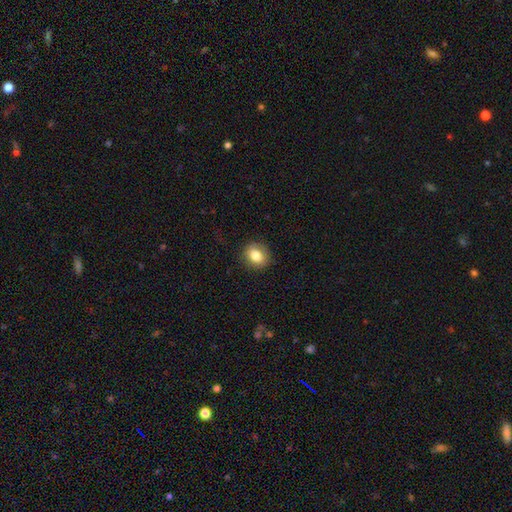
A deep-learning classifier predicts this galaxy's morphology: Smooth or featured? Predicted: smooth (p=0.81). How rounded? Predicted: round (p=0.64). Merging? Predicted: none (p=0.86).